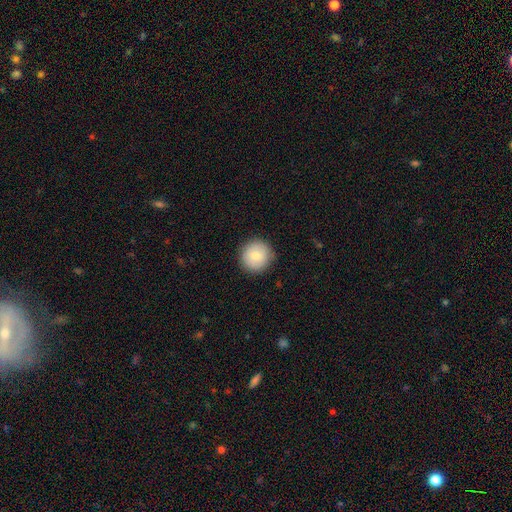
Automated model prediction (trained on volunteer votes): Smooth or featured?
  - smooth: 79% *
  - featured or disk: 13%
  - star or artifact: 8%
How rounded?
  - round: 94% *
  - in between: 5%
  - cigar-shaped: 1%
Merging?
  - none: 89% *
  - minor disturbance: 8%
  - major disturbance: 2%
  - merger: 1%